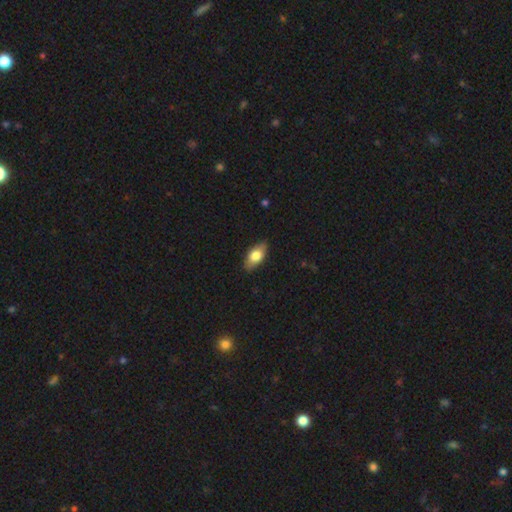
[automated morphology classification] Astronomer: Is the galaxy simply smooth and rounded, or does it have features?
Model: smooth — 74%.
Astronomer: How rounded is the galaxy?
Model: in between — 89%.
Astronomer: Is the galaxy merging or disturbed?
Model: none — 86%.